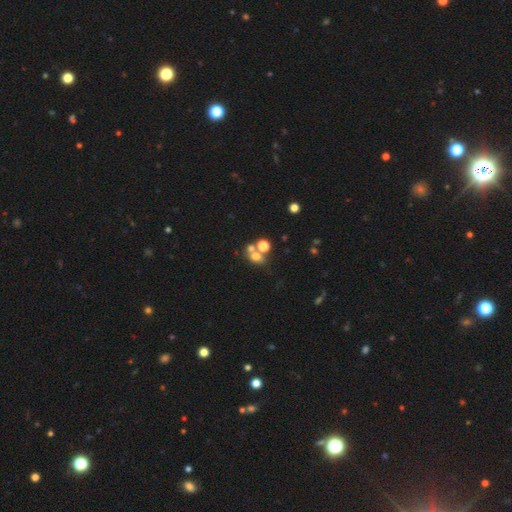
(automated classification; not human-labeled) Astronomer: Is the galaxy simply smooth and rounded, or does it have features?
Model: smooth — 63%.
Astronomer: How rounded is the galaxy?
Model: round — 63%.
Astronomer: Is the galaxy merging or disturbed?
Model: merger — 44% (runner-up: none, 41%).